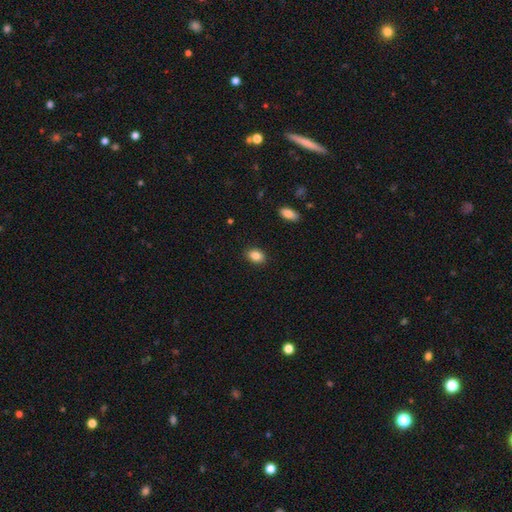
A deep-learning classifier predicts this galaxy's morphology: This is clearly a smooth galaxy (85%). How rounded: likely in between (79%). Merging: clearly none (88%).